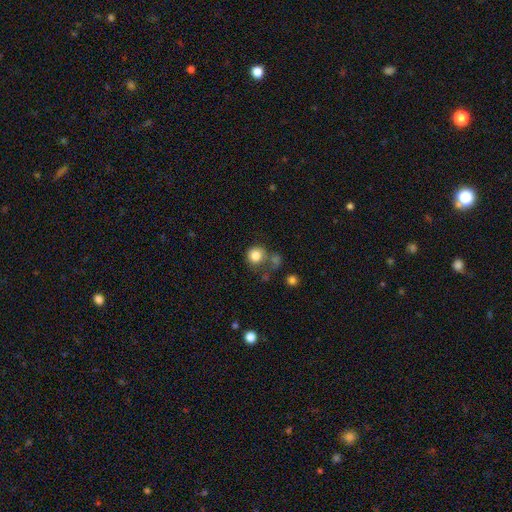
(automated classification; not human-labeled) Overall: smooth (82%). How rounded: round (90%). Merging: none (62%).